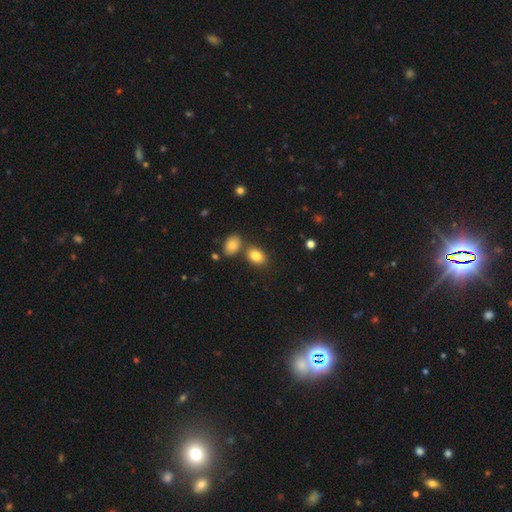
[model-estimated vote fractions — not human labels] The model was most divided on "merging": none: 65%, merger: 21%, minor disturbance: 11%, major disturbance: 3%. More confident: smooth or featured — smooth (83%); how rounded — in between (78%).